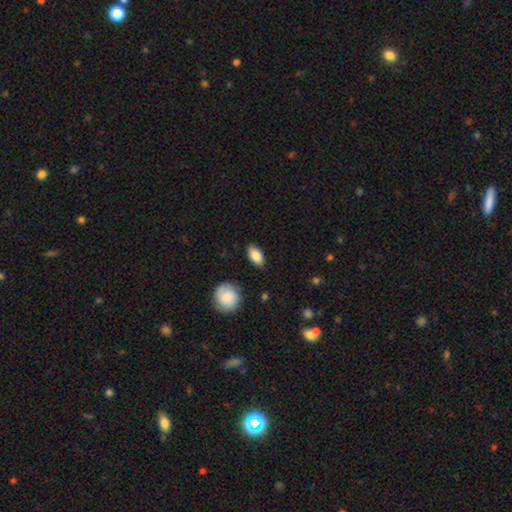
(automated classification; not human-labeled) This is clearly a smooth galaxy (84%). How rounded: clearly in between (90%). Merging: clearly none (87%).